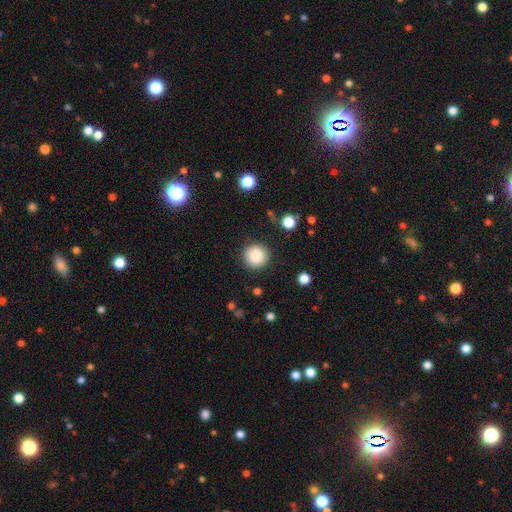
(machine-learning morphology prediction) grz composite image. It shows a smooth galaxy with no disk features (87%) that is round (95%). Merging: none (90%).